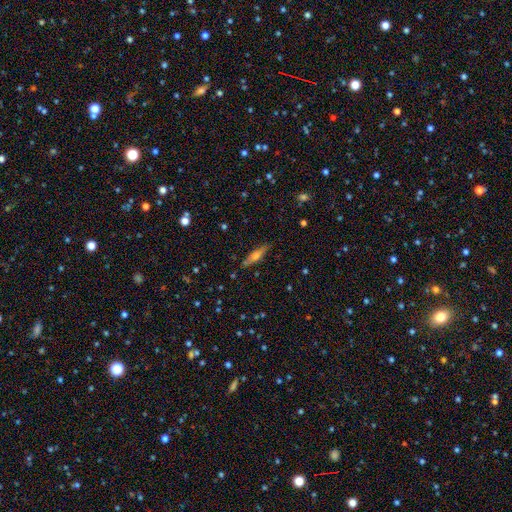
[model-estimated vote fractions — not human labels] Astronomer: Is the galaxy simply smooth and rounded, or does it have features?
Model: featured or disk — 46% (runner-up: smooth, 45%).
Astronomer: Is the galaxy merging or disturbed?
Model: none — 83%.